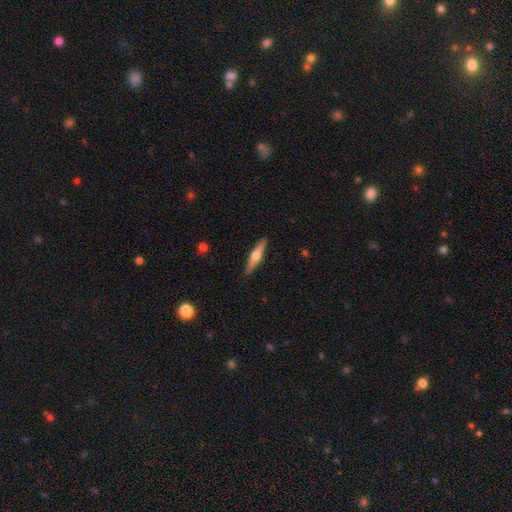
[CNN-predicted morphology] This appears to be a featured or disk galaxy (67%) viewed edge-on (98%) with a rounded central bulge (94%). Merging: none (91%).